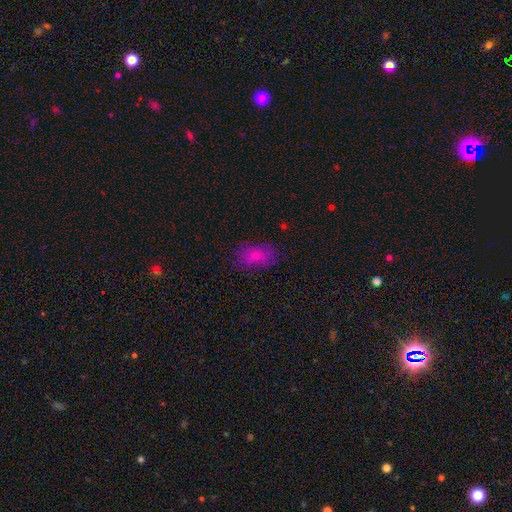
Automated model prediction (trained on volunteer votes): smooth 71%, featured or disk 15%, star or artifact 14%. Down the decision tree: how rounded — in between (87%); merging — none (77%).